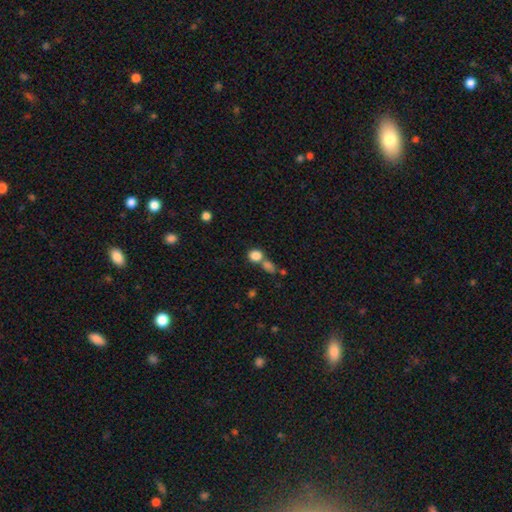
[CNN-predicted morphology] smooth_or_featured: smooth (p=0.83) [alt: star or artifact p=0.10]
how_rounded: round (p=0.74) [alt: in between p=0.24]
merging: none (p=0.45) [alt: merger p=0.43]